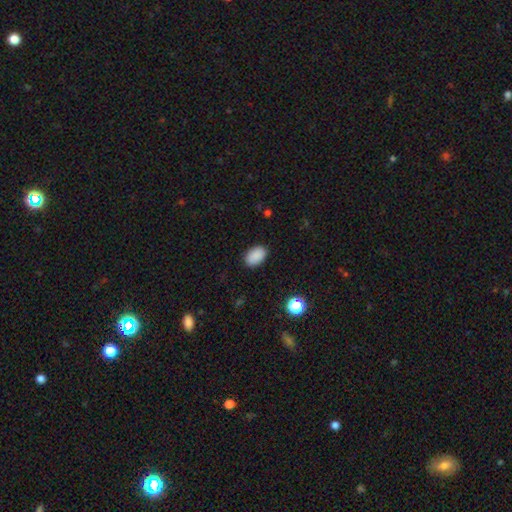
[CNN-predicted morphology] smooth 89%, star or artifact 8%, featured or disk 3%. Down the decision tree: how rounded — in between (91%); merging — none (88%).